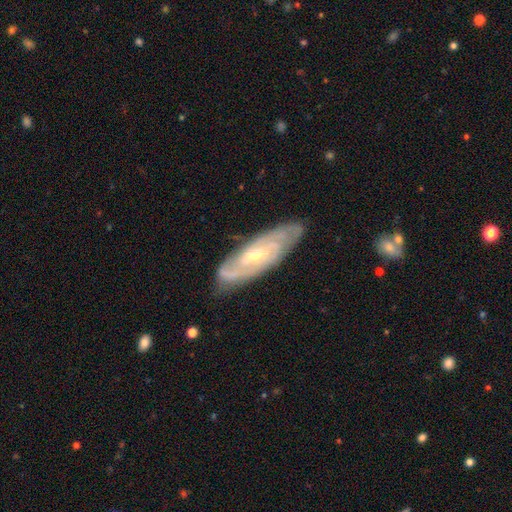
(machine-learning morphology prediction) A featured or disk galaxy (83%) with no bar (42%, tied with weak), 2 (41%) tight (61%) spiral arms (94%) and a small central bulge (55%).

Vote fractions:
- Smooth or featured? featured or disk: 83% / smooth: 12% / star or artifact: 5%
- Edge-on disk? no: 84% / yes: 16%
- Bar? no: 42% (tied) / weak: 42% (tied) / strong: 16%
- Spiral arms? yes: 94% / no: 6%
- Spiral winding? tight: 61% / medium: 31% / loose: 8%
- Spiral arm count? 2: 41% / can't tell: 32% / 3: 15% / 4: 6% / 1: 3% / more than 4: 3%
- Bulge size? small: 55% / moderate: 42% / large: 1% / none: 1% / dominant: 1%
- Merging? none: 79% / minor disturbance: 16% / major disturbance: 3% / merger: 1%